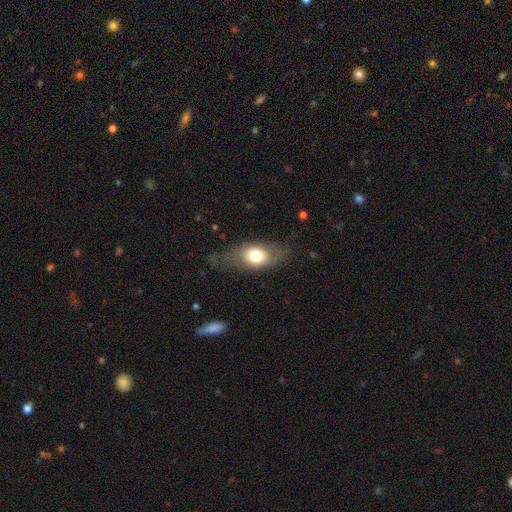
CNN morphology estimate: A smooth galaxy with no disk features (65%) that is in between round and cigar-shaped (76%).

Vote fractions:
- Smooth or featured? smooth: 65% / featured or disk: 27% / star or artifact: 8%
- How rounded? in between: 76% / round: 18% / cigar-shaped: 6%
- Merging? none: 65% / minor disturbance: 21% / major disturbance: 13% / merger: 2%